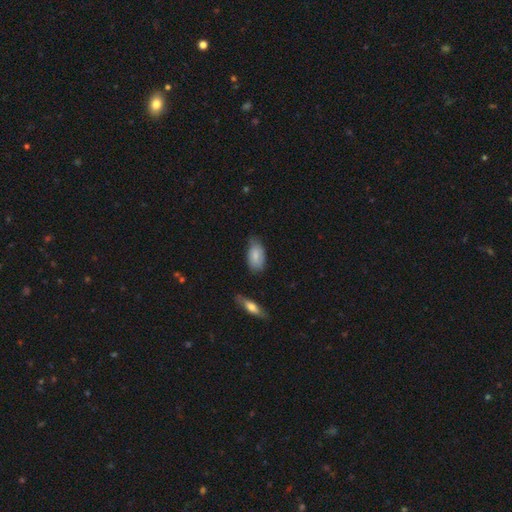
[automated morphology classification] Overall: smooth (78%). How rounded: in between (93%). Merging: none (65%; minor disturbance 28%).